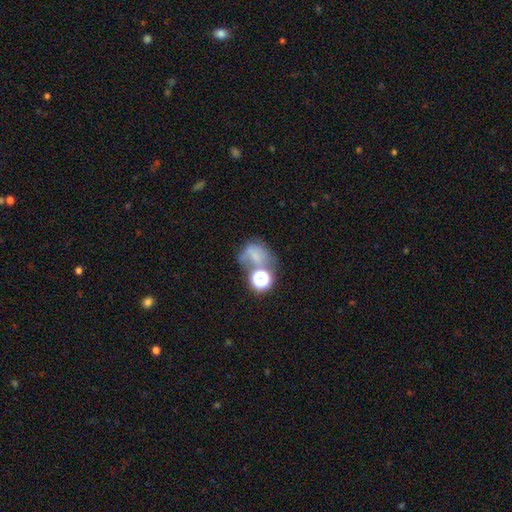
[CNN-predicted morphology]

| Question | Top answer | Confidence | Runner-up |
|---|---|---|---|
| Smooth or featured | smooth | 50% | star or artifact (28%) |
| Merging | none | 33% | merger (27%) |